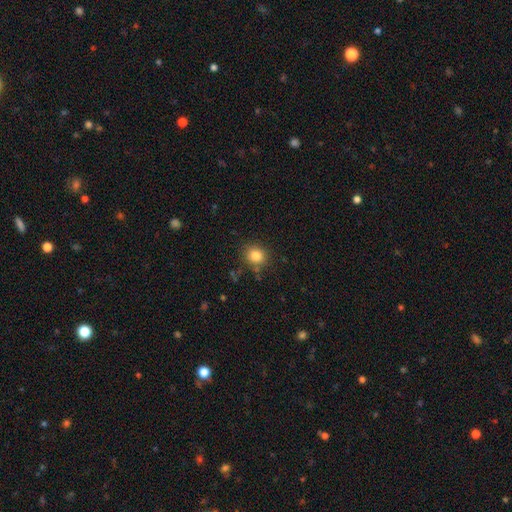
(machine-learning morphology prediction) A smooth galaxy with no disk features (84%) that is round (79%). Merging: none (83%).